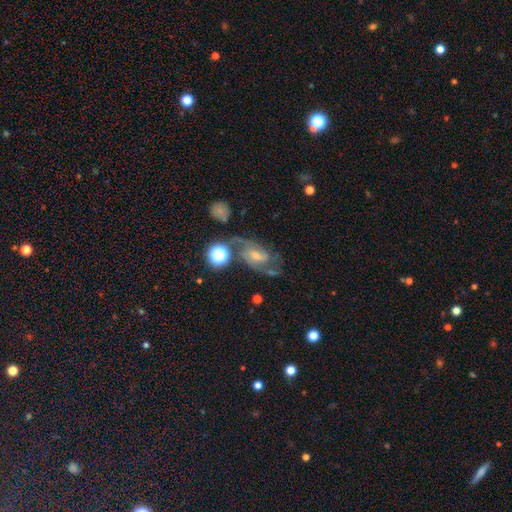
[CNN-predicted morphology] Q: Smooth or featured?
A: featured or disk (76%); runner-up: smooth (14%)
Q: Edge-on disk?
A: no (96%); runner-up: yes (4%)
Q: Bar?
A: weak (49%); runner-up: no (33%)
Q: Spiral arms?
A: yes (94%); runner-up: no (6%)
Q: Spiral winding?
A: medium (54%); runner-up: loose (26%)
Q: Spiral arm count?
A: 2 (86%); runner-up: can't tell (6%)
Q: Bulge size?
A: moderate (41%); runner-up: small (40%)
Q: Merging?
A: none (57%); runner-up: minor disturbance (20%)